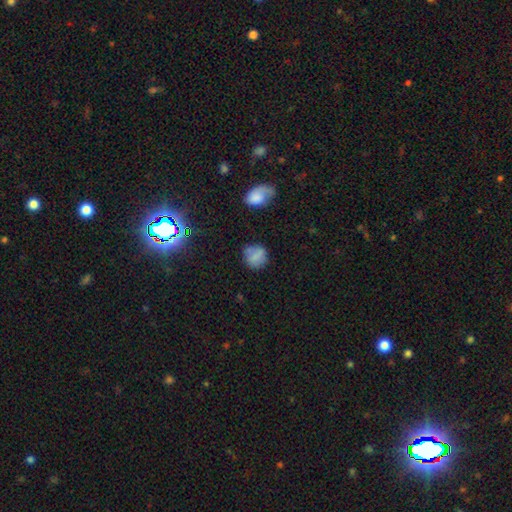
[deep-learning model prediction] smooth-or-featured: smooth: 77% | featured or disk: 12% | star or artifact: 11%
  how-rounded: round: 79% | in between: 20% | cigar-shaped: 1%
  merging: none: 69% | minor disturbance: 20% | major disturbance: 7% | merger: 4%